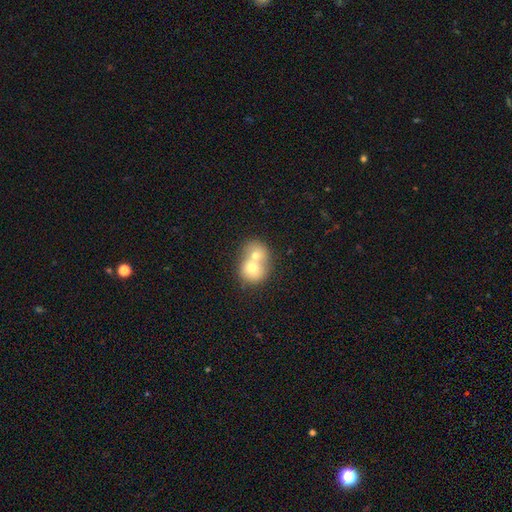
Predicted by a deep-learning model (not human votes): Smooth or featured? smooth (65%)
How rounded? round (67%)
Merging? merger (76%)